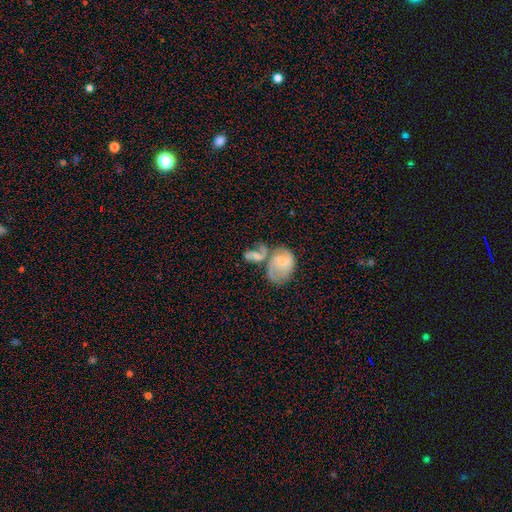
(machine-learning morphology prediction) Smooth or featured: featured or disk — 58% (smooth — 34%)
Edge-on disk: no — 96% (yes — 4%)
Bar: no — 49% (weak — 39%)
Spiral arms: yes — 81% (no — 19%)
Bulge size: small — 46% (moderate — 29%)
Merging: merger — 60% (none — 18%)